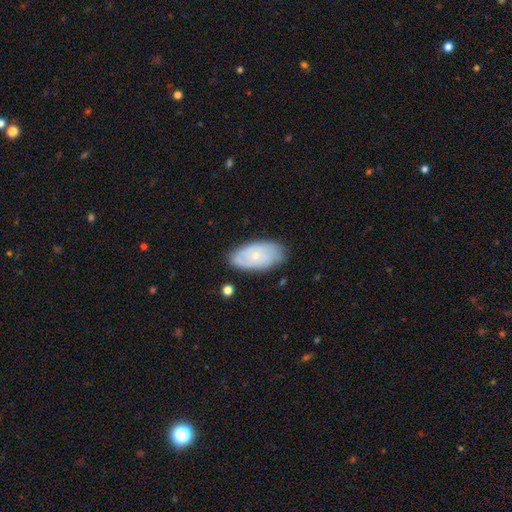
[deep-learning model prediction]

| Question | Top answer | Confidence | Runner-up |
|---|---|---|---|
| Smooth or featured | featured or disk | 53% | smooth (40%) |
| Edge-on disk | no | 92% | yes (8%) |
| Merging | none | 78% | minor disturbance (17%) |